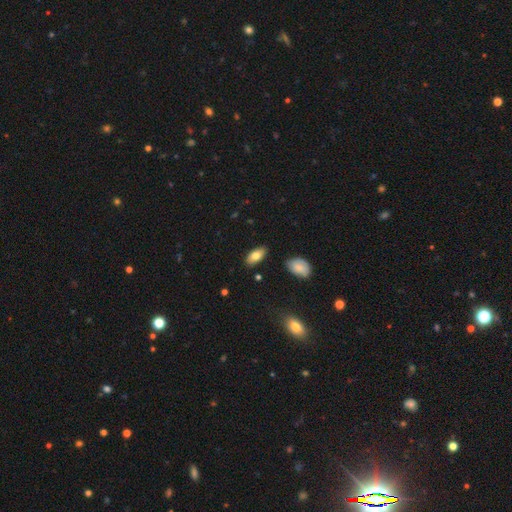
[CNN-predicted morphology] Smooth or featured? smooth (79%)
How rounded? in between (92%)
Merging? none (84%)